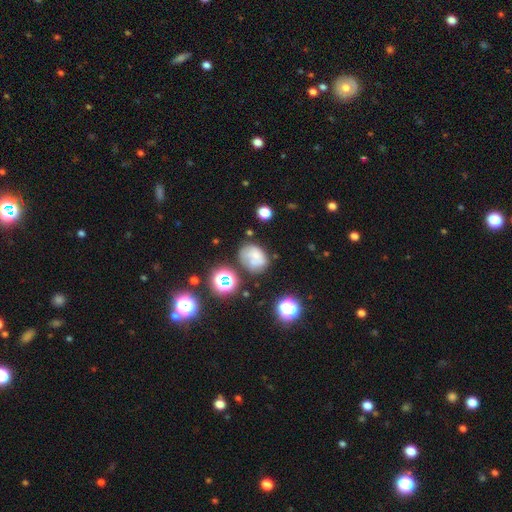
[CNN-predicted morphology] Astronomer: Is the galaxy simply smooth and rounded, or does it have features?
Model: smooth — 54%.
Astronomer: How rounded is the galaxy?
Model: in between — 52% (runner-up: round, 47%).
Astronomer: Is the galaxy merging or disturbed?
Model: none — 48% (runner-up: minor disturbance, 24%).